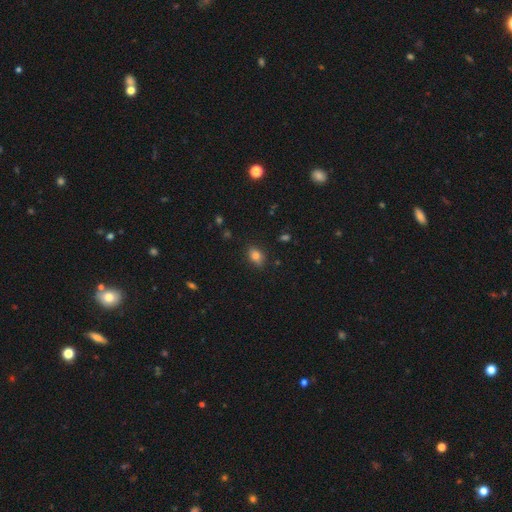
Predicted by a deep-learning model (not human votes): Morphology: type=smooth (80%); roundness=in between (78%); merging=none (84%).